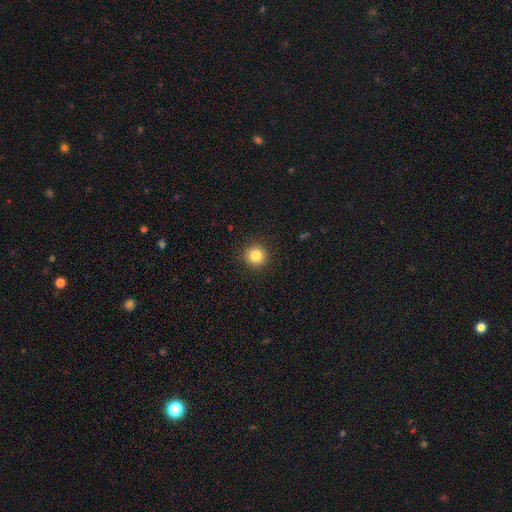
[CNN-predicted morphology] Smooth or featured? smooth (84%)
How rounded? round (94%)
Merging? none (92%)